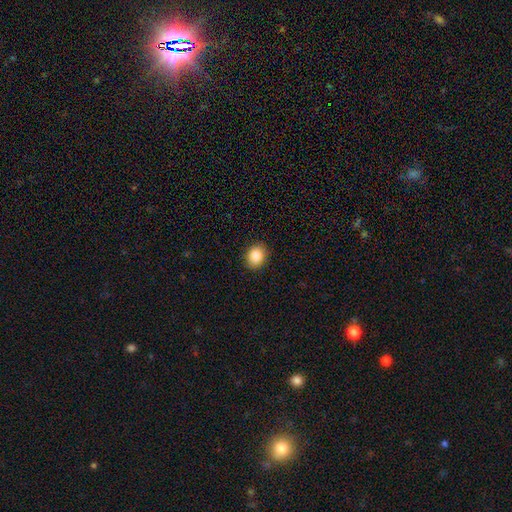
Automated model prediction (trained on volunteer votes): A smooth galaxy with no disk features (87%) that is round (53%).

Vote fractions:
- Smooth or featured? smooth: 87% / star or artifact: 9% / featured or disk: 5%
- How rounded? round: 53% / in between: 46% / cigar-shaped: 1%
- Merging? none: 89% / minor disturbance: 8% / major disturbance: 2% / merger: 1%